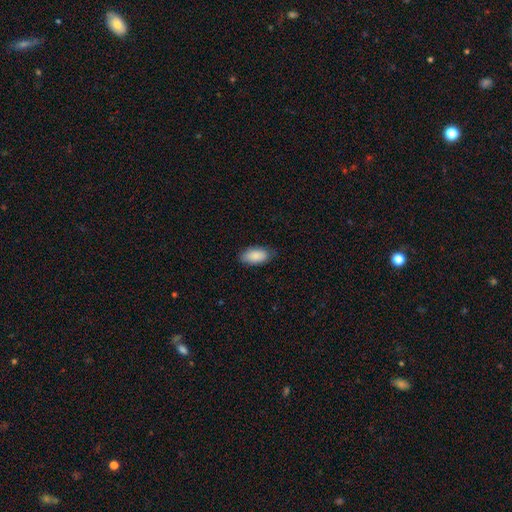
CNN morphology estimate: Q: Smooth or featured?
A: smooth (89%); runner-up: star or artifact (6%)
Q: How rounded?
A: in between (93%); runner-up: cigar-shaped (4%)
Q: Merging?
A: none (81%); runner-up: minor disturbance (15%)